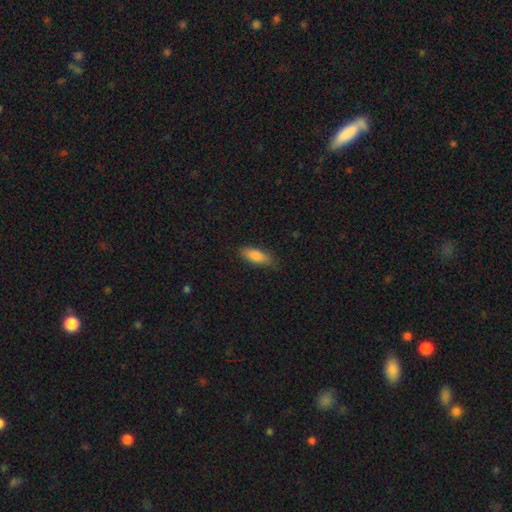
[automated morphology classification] This is clearly a smooth galaxy (85%). How rounded: likely in between (70%). Merging: likely none (79%).